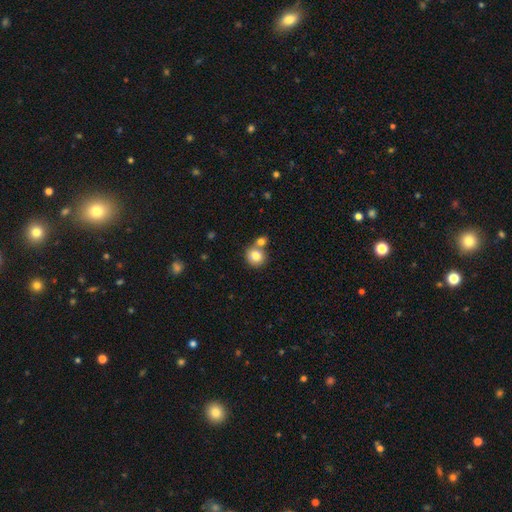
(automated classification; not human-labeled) Smooth or featured?
  - smooth: 80% *
  - featured or disk: 10%
  - star or artifact: 10%
How rounded?
  - round: 85% *
  - in between: 14%
  - cigar-shaped: 1%
Merging?
  - none: 52% *
  - merger: 37%
  - minor disturbance: 9%
  - major disturbance: 3%